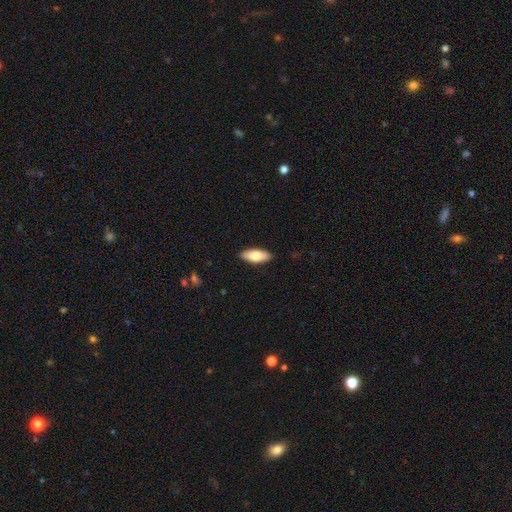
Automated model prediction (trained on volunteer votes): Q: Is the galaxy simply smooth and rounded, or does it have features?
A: smooth — 78%.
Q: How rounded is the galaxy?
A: in between — 82%.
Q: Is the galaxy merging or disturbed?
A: none — 89%.